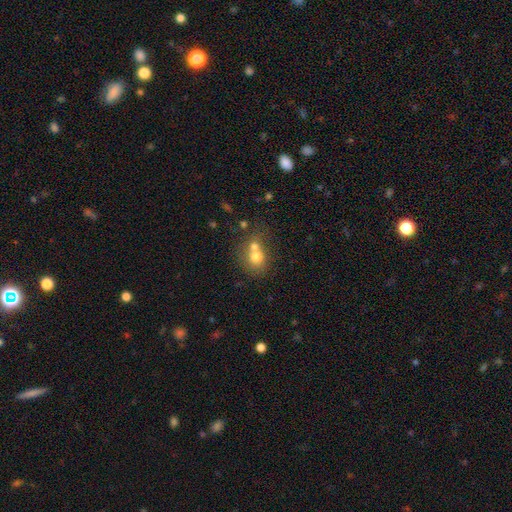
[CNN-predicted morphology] Smooth or featured?
  - smooth: 69% *
  - featured or disk: 18%
  - star or artifact: 12%
How rounded?
  - round: 69% *
  - in between: 30%
  - cigar-shaped: 1%
Merging?
  - merger: 58% *
  - none: 30%
  - minor disturbance: 8%
  - major disturbance: 4%